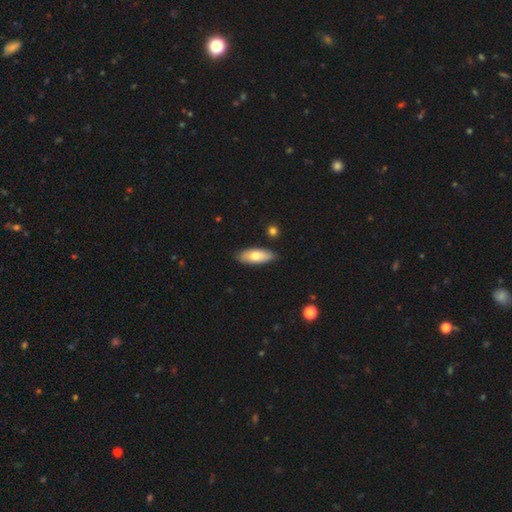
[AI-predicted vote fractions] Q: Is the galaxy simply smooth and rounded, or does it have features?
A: smooth — 74%.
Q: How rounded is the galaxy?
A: in between — 76%.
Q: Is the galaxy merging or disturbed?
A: none — 85%.